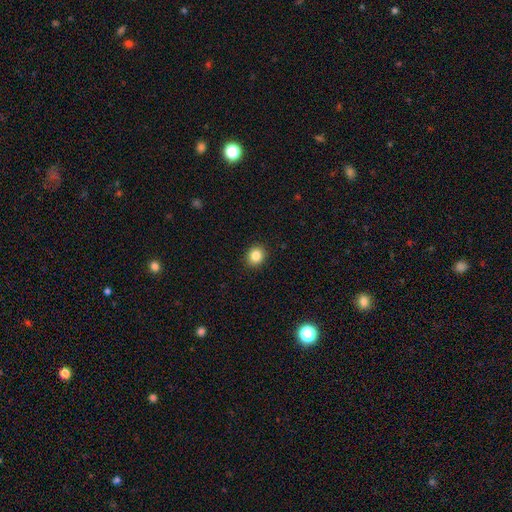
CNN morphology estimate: smooth 85%, star or artifact 10%, featured or disk 5%. Down the decision tree: how rounded — round (75%); merging — none (91%).